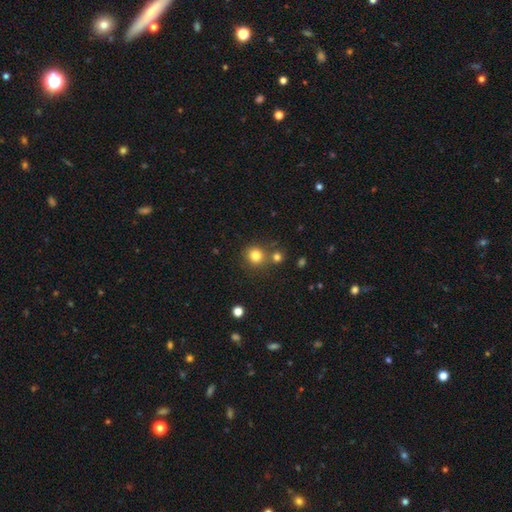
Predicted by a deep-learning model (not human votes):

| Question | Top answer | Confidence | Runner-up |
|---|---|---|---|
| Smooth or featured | smooth | 80% | star or artifact (14%) |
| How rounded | round | 90% | in between (9%) |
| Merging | none | 73% | merger (16%) |